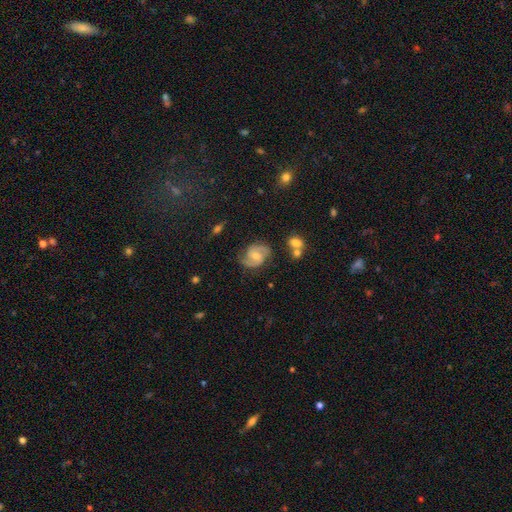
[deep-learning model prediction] This is clearly a featured or disk galaxy (83%). It is clearly not viewed edge-on (98%). Bar: possibly weak (49%). Spiral arm pattern: clearly yes (96%). Spiral arm count: clearly 2 (91%). Spiral winding: possibly medium (55%). Central bulge: possibly moderate (55%). Merging: likely none (76%).